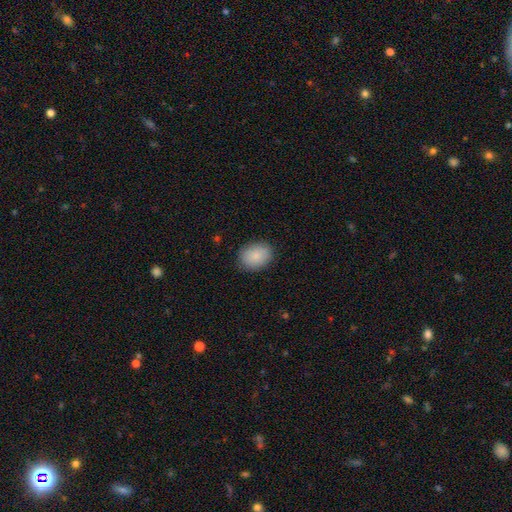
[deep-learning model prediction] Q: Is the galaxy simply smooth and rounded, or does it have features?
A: smooth — 87%.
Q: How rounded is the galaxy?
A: in between — 66%.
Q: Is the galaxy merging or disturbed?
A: none — 86%.